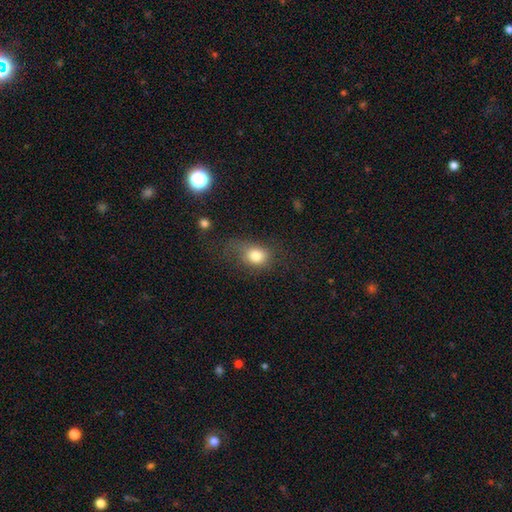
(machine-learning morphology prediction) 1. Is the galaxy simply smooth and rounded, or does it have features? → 79% smooth, 11% star or artifact, 10% featured or disk.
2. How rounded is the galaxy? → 50% in between, 49% round, 2% cigar-shaped.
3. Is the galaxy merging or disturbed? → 47% none, 25% minor disturbance, 25% major disturbance, 3% merger.